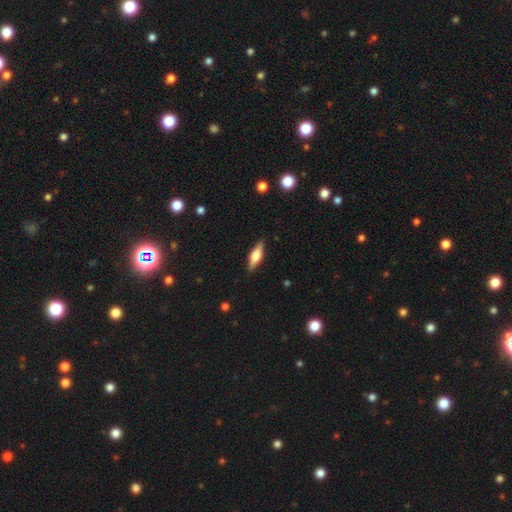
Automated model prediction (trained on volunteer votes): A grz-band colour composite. It shows a featured or disk galaxy (54%) viewed edge-on (94%) with a rounded central bulge (89%). Merging: none (88%).